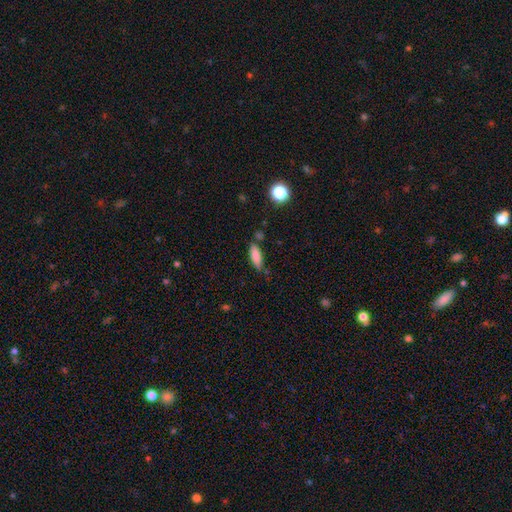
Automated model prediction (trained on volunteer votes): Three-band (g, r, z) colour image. It shows a smooth galaxy with no disk features (82%) that is in between round and cigar-shaped (59%). Merging: none (70%).